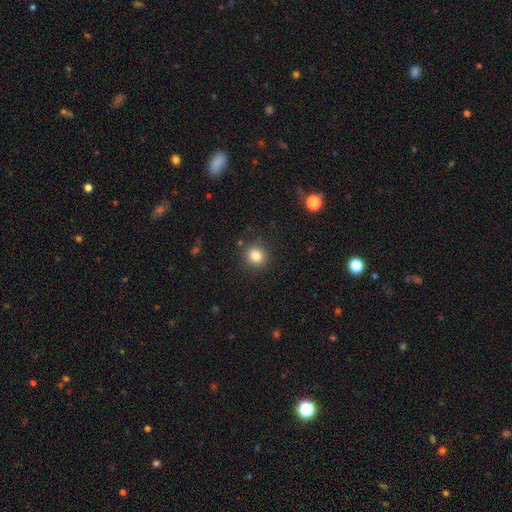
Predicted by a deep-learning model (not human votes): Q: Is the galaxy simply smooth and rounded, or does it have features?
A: smooth — 82%.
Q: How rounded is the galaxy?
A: round — 88%.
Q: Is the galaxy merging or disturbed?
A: none — 89%.